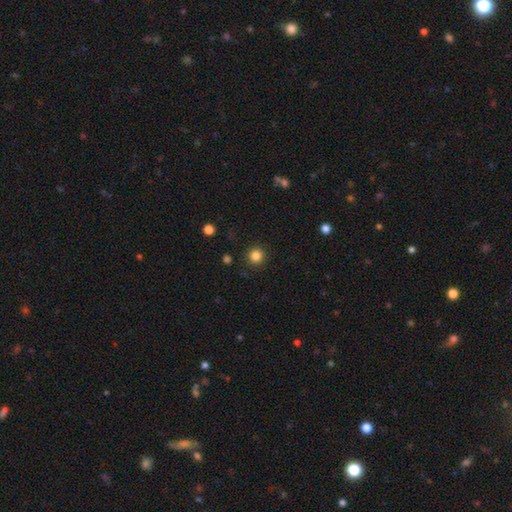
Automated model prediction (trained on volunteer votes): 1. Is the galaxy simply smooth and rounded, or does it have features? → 84% smooth, 12% star or artifact, 4% featured or disk.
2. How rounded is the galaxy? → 95% round, 4% in between, 1% cigar-shaped.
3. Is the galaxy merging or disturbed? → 91% none, 6% minor disturbance, 2% major disturbance, 1% merger.